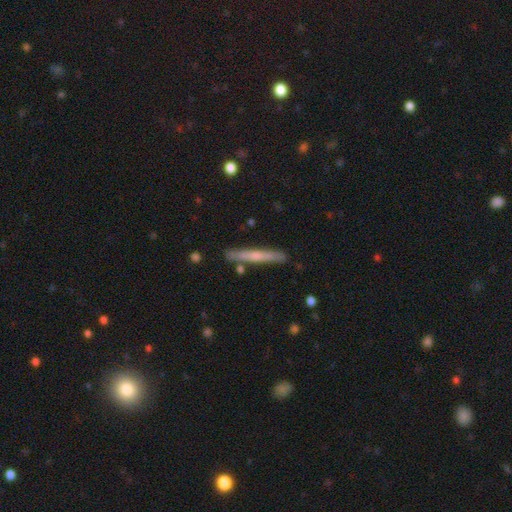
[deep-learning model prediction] This appears to be a smooth galaxy with no disk features (50%). Merging: none (85%).